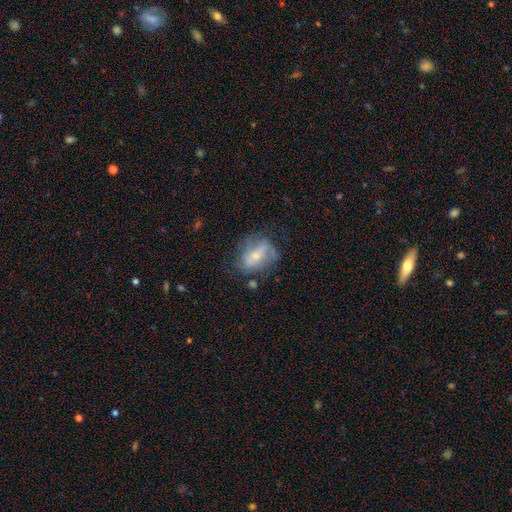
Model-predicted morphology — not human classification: featured or disk 48%, smooth 44%, star or artifact 9%. Down the decision tree: merging — none (51%).